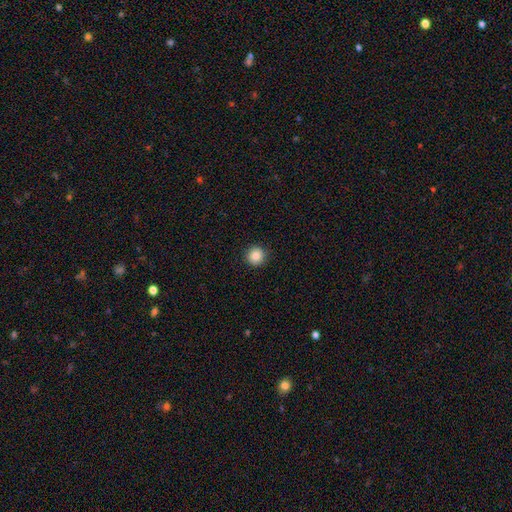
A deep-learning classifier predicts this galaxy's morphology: Smooth or featured?
  - smooth: 87% *
  - star or artifact: 10%
  - featured or disk: 4%
How rounded?
  - round: 94% *
  - in between: 5%
  - cigar-shaped: 1%
Merging?
  - none: 91% *
  - minor disturbance: 6%
  - major disturbance: 2%
  - merger: 1%